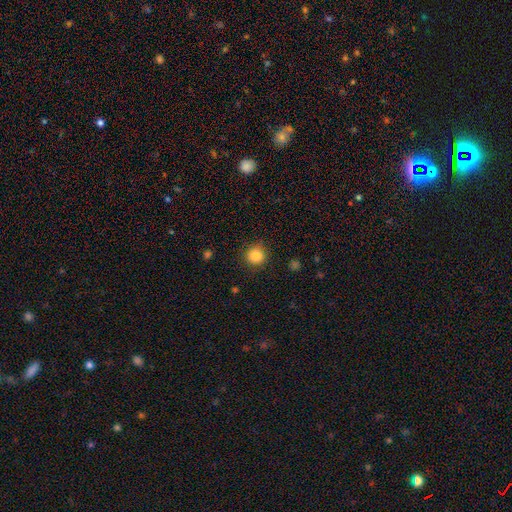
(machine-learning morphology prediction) smooth_or_featured: smooth (p=0.85) [alt: star or artifact p=0.11]
how_rounded: round (p=0.94) [alt: in between p=0.05]
merging: none (p=0.88) [alt: minor disturbance p=0.08]